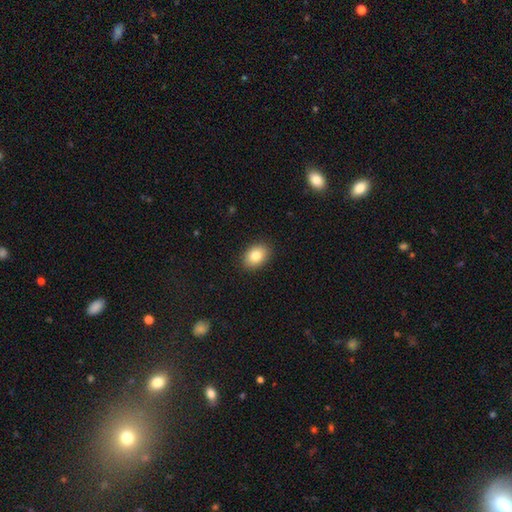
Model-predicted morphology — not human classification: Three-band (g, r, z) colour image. It shows a smooth galaxy with no disk features (84%) that is in between round and cigar-shaped (74%). Merging: none (89%).